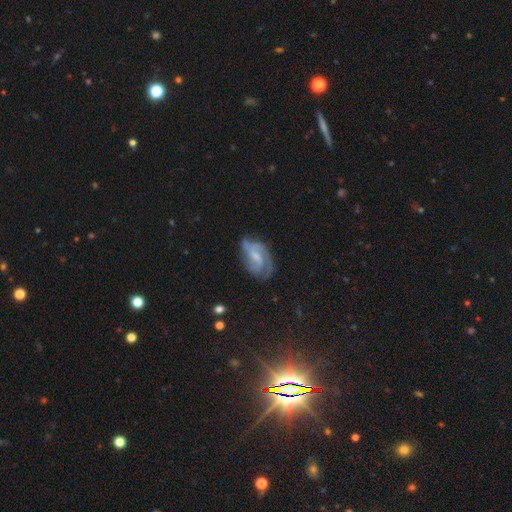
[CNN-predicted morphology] type=featured or disk (75%); edge-on=no (97%); bar=weak (51%); spiral arms=yes (92%); winding=medium (47%); arm count=2 (44%); bulge=small (47%); merging=none (56%).